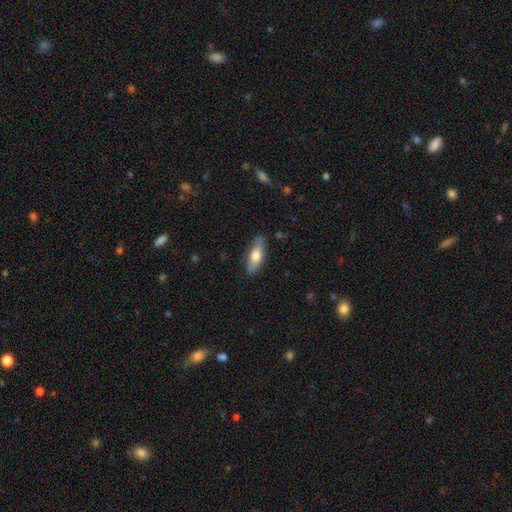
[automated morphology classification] Smooth or featured? smooth (60%)
How rounded? in between (52%)
Merging? none (83%)